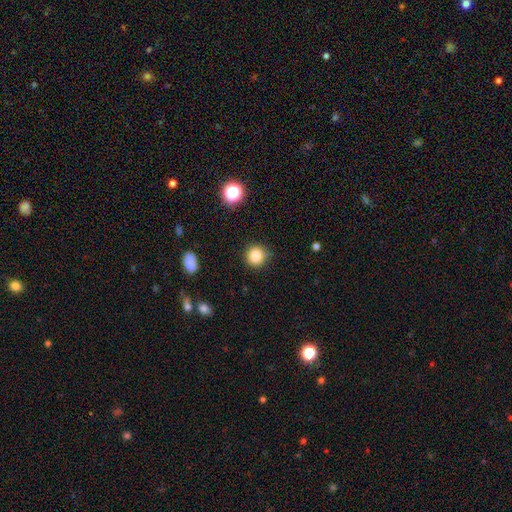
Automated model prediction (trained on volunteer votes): Q: Smooth or featured?
A: smooth (85%); runner-up: star or artifact (11%)
Q: How rounded?
A: round (92%); runner-up: in between (7%)
Q: Merging?
A: none (87%); runner-up: minor disturbance (9%)